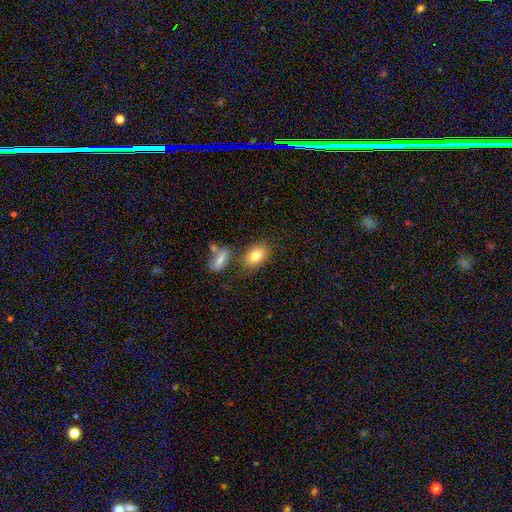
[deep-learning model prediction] Q: Smooth or featured?
A: smooth (80%); runner-up: featured or disk (12%)
Q: How rounded?
A: in between (85%); runner-up: round (13%)
Q: Merging?
A: none (69%); runner-up: merger (14%)